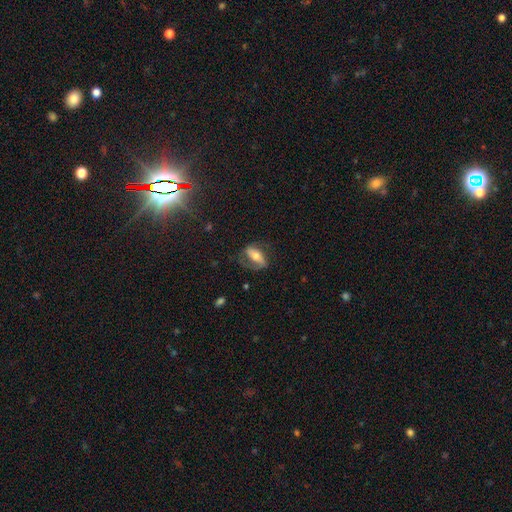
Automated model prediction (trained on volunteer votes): smooth-or-featured: featured or disk: 57% | smooth: 36% | star or artifact: 7%
  disk-edge-on: no: 88% | yes: 12%
  merging: none: 54% | minor disturbance: 22% | major disturbance: 22% | merger: 2%